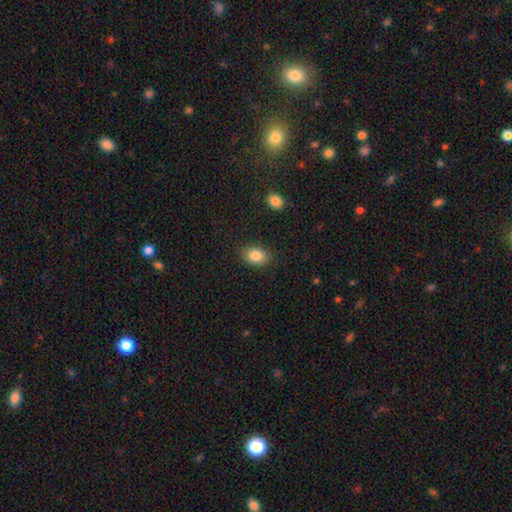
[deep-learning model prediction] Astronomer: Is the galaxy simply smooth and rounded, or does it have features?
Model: smooth — 85%.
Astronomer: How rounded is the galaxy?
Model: in between — 83%.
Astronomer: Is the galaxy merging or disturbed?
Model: none — 85%.